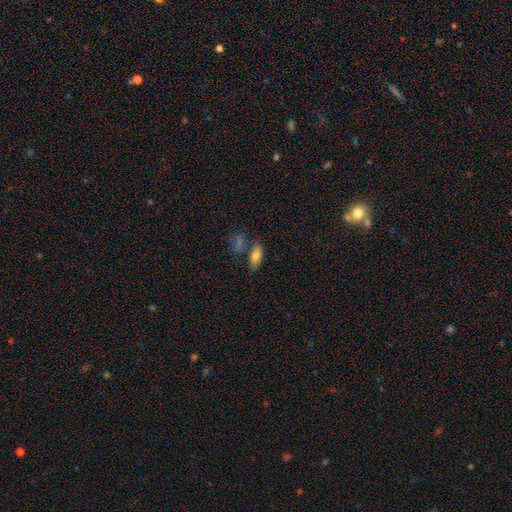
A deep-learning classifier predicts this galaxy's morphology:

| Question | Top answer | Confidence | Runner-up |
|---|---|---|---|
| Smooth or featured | smooth | 77% | featured or disk (15%) |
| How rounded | in between | 82% | cigar-shaped (15%) |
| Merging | none | 67% | merger (15%) |